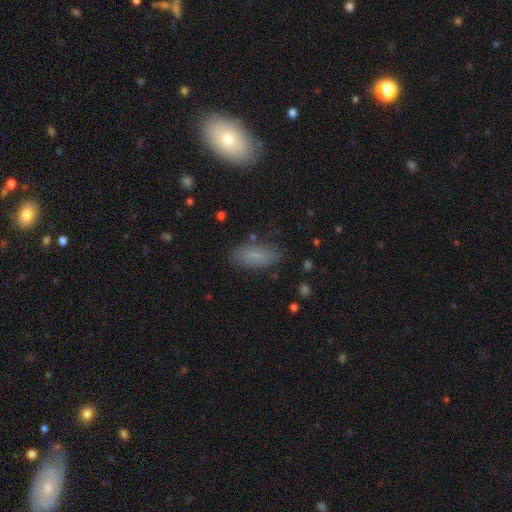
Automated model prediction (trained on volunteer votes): Smooth or featured? Predicted: smooth (p=0.80). How rounded? Predicted: in between (p=0.85). Merging? Predicted: none (p=0.81).